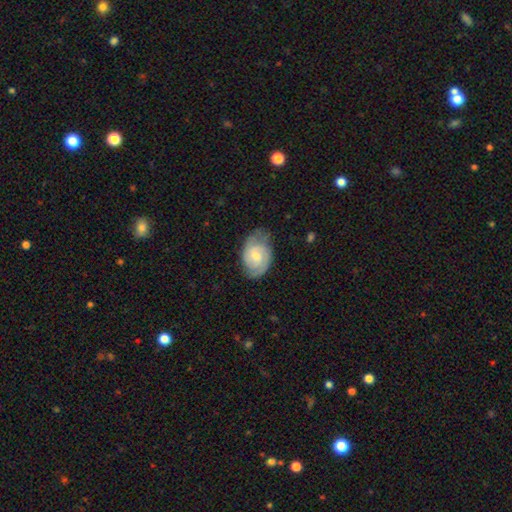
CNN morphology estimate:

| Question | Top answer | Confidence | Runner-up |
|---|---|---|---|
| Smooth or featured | featured or disk | 69% | smooth (25%) |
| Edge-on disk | no | 97% | yes (3%) |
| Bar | no | 53% | weak (41%) |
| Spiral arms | yes | 93% | no (7%) |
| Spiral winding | tight | 53% | medium (37%) |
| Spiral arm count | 2 | 65% | can't tell (19%) |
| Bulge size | small | 49% | moderate (43%) |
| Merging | none | 66% | minor disturbance (25%) |